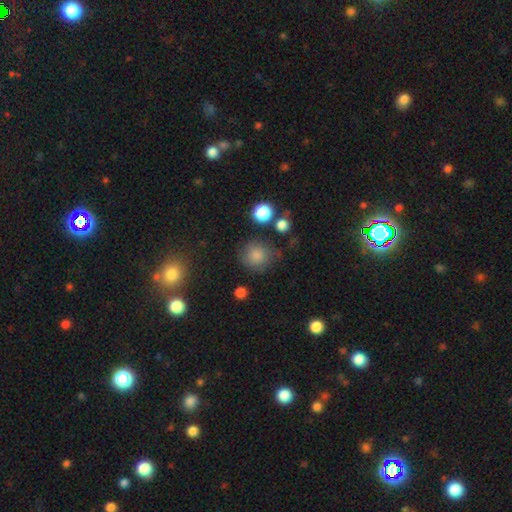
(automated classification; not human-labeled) Morphology: type=smooth (80%); roundness=round (89%); merging=none (77%).